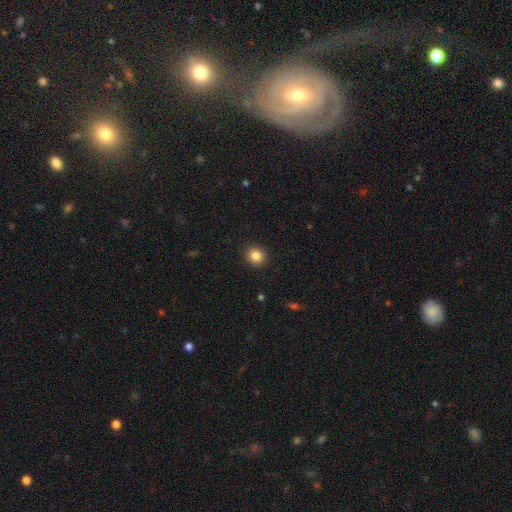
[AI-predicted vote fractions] The model was most divided on "how rounded": round: 85%, in between: 14%, cigar-shaped: 1%. More confident: merging — none (91%); smooth or featured — smooth (85%).